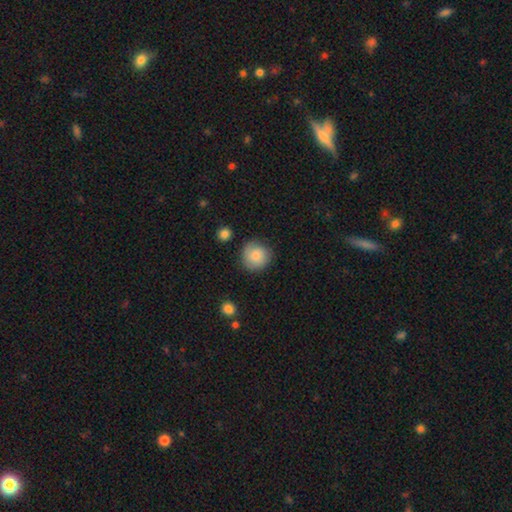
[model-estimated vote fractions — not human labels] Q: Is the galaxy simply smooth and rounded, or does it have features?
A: smooth — 79%.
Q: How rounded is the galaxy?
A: round — 92%.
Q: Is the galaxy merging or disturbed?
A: none — 79%.